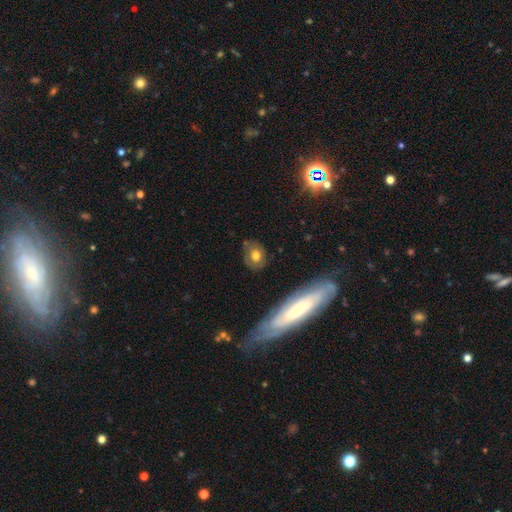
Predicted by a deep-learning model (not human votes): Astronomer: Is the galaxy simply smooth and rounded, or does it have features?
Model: smooth — 60%.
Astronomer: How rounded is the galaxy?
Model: round — 52% (runner-up: in between, 45%).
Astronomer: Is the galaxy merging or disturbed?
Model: none — 73%.